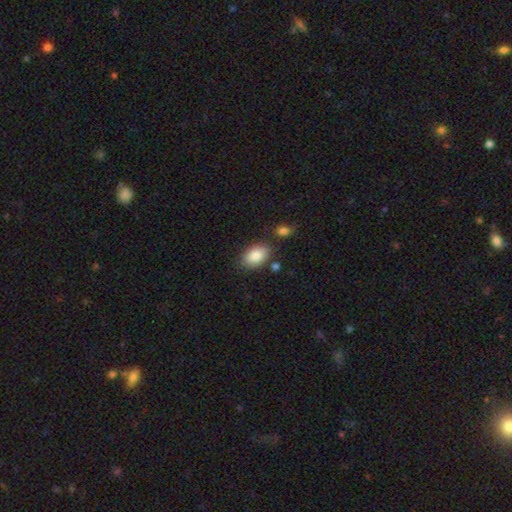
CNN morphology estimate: type=smooth (86%); roundness=in between (89%); merging=none (78%).